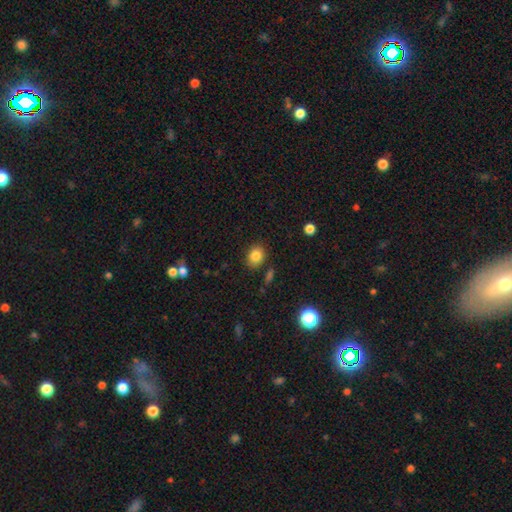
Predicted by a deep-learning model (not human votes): Overall: smooth (83%). How rounded: round (52%; in between 47%). Merging: none (85%).